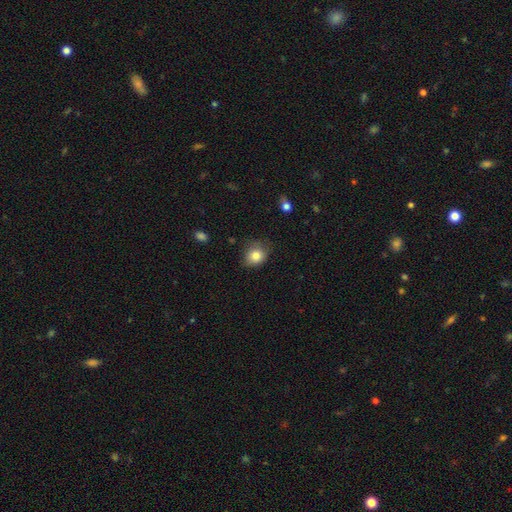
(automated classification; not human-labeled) Smooth or featured? Predicted: smooth (p=0.82). How rounded? Predicted: round (p=0.69). Merging? Predicted: none (p=0.67).